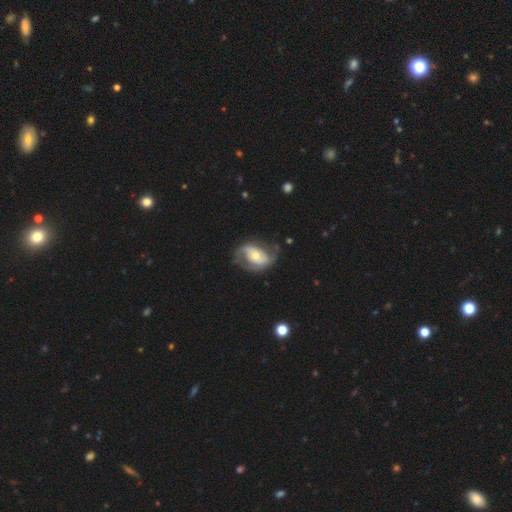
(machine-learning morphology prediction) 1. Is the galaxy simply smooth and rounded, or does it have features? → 75% featured or disk, 19% smooth, 5% star or artifact.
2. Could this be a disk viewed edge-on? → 96% no, 4% yes.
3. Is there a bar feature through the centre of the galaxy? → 53% no, 28% weak, 18% strong.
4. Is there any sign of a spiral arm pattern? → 85% yes, 15% no.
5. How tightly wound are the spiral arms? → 42% medium, 37% loose, 21% tight.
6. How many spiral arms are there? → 83% 2, 8% can't tell, 6% 1, 2% 3, 1% 4, 1% more than 4.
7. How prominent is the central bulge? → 53% moderate, 38% small, 7% large, 1% dominant, 1% none.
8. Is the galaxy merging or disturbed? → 60% none, 21% minor disturbance, 17% major disturbance, 2% merger.